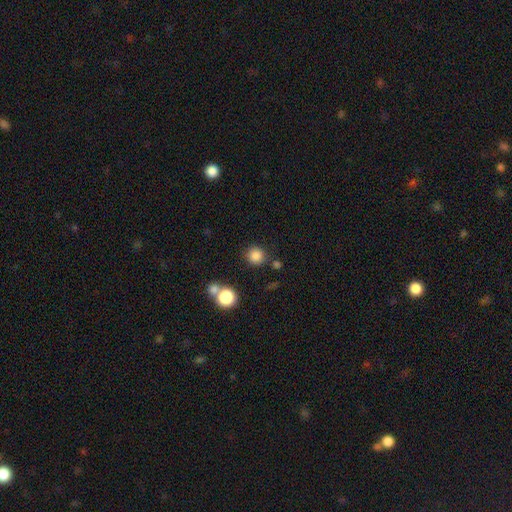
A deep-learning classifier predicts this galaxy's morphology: smooth 84%, star or artifact 12%, featured or disk 4%. Down the decision tree: how rounded — round (91%); merging — none (81%).